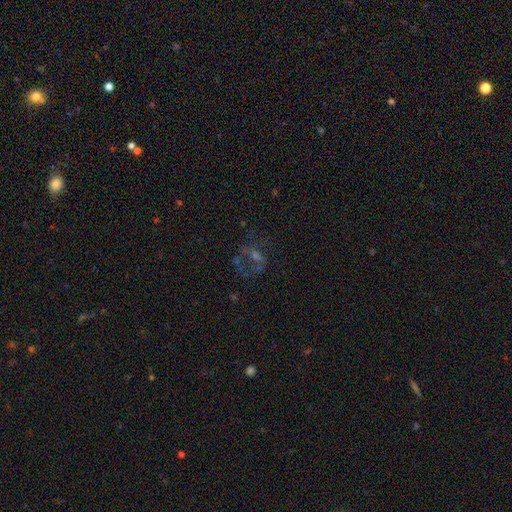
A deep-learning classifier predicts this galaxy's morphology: The model was most divided on "merging": none: 48%, major disturbance: 32%, minor disturbance: 15%, merger: 5%. More confident: edge-on disk — no (97%); smooth or featured — featured or disk (52%).